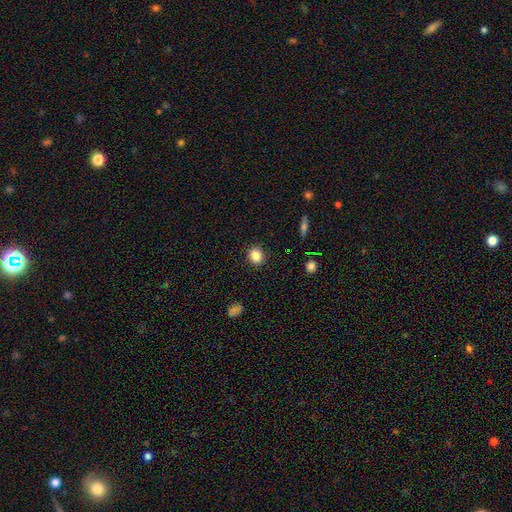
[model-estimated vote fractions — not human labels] A smooth galaxy with no disk features (85%) that is round (76%). Merging: none (91%).